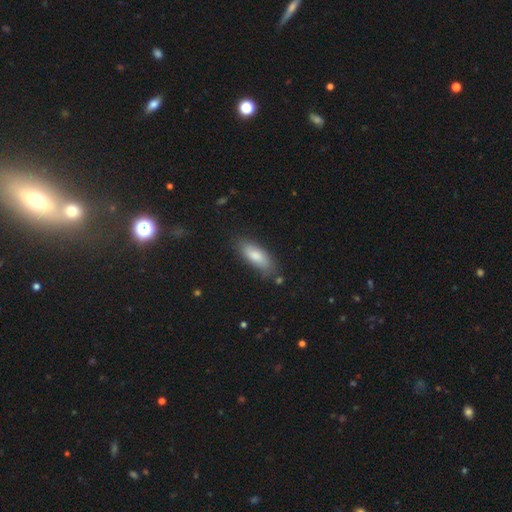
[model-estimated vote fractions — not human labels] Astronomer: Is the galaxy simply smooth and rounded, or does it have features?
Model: smooth — 81%.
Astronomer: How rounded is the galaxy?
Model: in between — 72%.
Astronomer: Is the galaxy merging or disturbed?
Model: none — 76%.